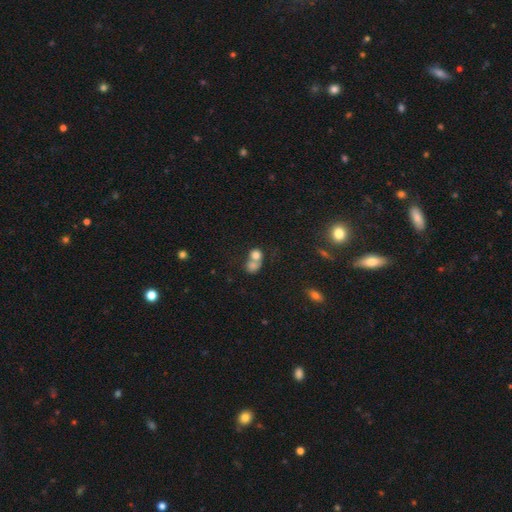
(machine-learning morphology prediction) Smooth or featured? Predicted: smooth (p=0.75). How rounded? Predicted: round (p=0.65). Merging? Predicted: merger (p=0.62).